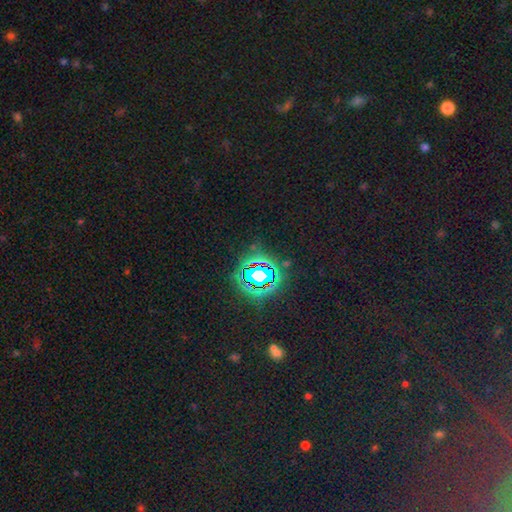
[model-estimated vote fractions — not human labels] The model was most divided on "smooth or featured": star or artifact: 81%, smooth: 12%, featured or disk: 7%.